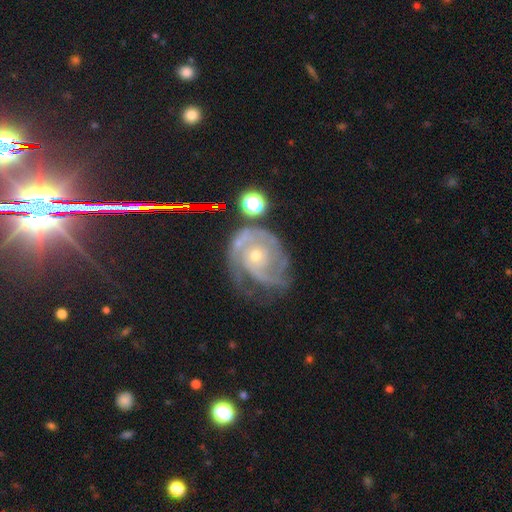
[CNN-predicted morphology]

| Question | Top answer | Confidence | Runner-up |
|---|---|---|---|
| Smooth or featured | featured or disk | 86% | smooth (7%) |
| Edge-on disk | no | 98% | yes (2%) |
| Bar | no | 78% | weak (19%) |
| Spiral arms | yes | 94% | no (6%) |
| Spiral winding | tight | 59% | medium (33%) |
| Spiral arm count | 2 | 35% | can't tell (25%) |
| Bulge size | small | 65% | moderate (31%) |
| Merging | none | 50% | minor disturbance (25%) |